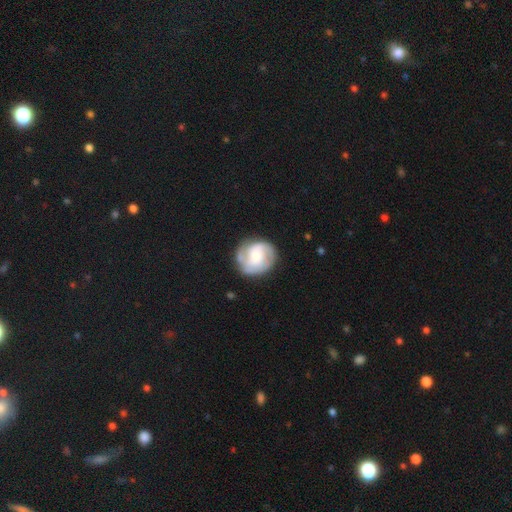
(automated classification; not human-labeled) Morphology: type=featured or disk (67%); edge-on=no (98%); bar=no (62%); spiral arms=yes (88%); winding=tight (47%); arm count=2 (44%); bulge=moderate (45%); merging=none (74%).